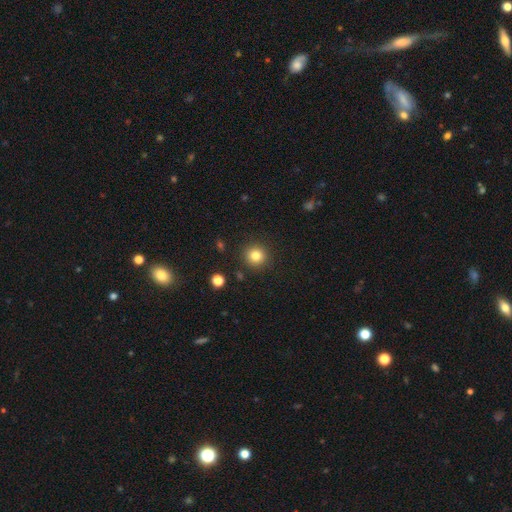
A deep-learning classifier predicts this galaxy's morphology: The model was most divided on "smooth or featured": smooth: 81%, star or artifact: 12%, featured or disk: 7%. More confident: how rounded — round (94%); merging — none (90%).